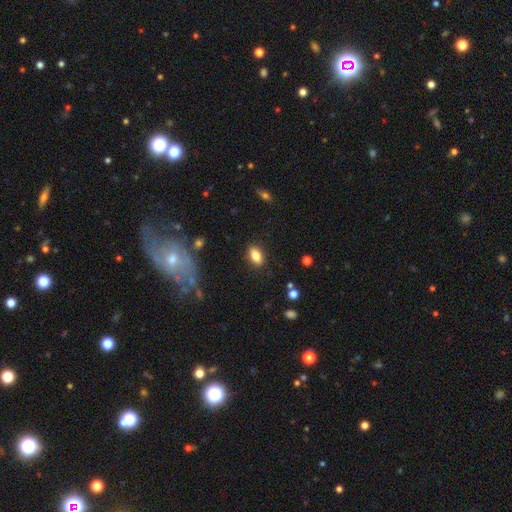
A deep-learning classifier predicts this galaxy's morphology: This is clearly a smooth galaxy (82%). How rounded: clearly in between (88%). Merging: clearly none (87%).